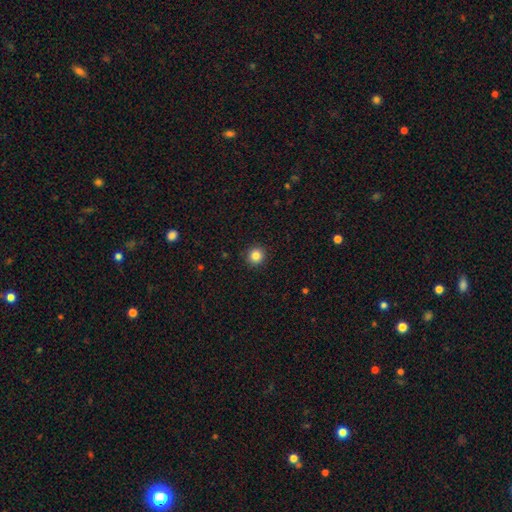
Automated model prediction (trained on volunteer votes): Overall: smooth (84%). How rounded: round (94%). Merging: none (93%).